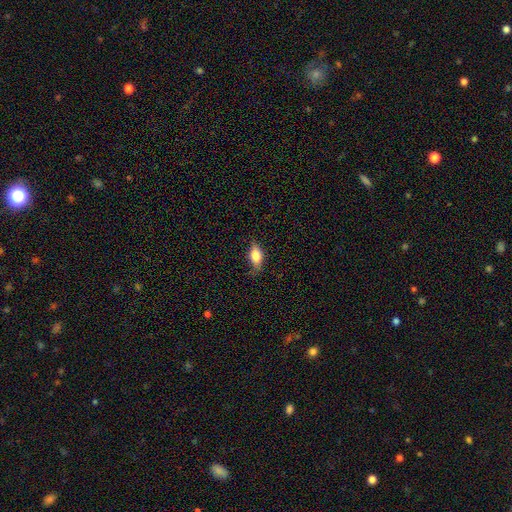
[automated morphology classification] Smooth or featured? Predicted: smooth (p=0.80). How rounded? Predicted: in between (p=0.85). Merging? Predicted: none (p=0.70).